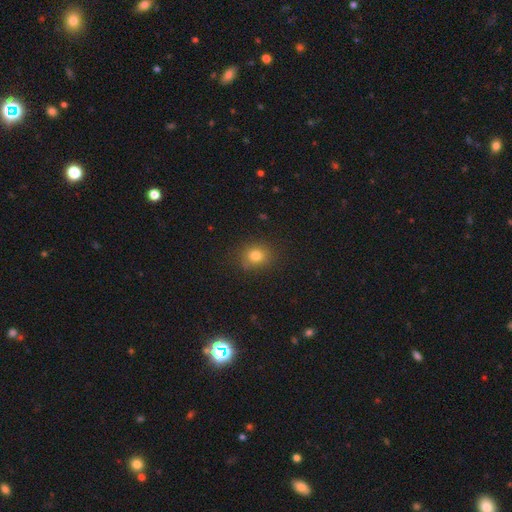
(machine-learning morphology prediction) smooth 79%, star or artifact 14%, featured or disk 7%. Down the decision tree: how rounded — round (70%); merging — none (84%).